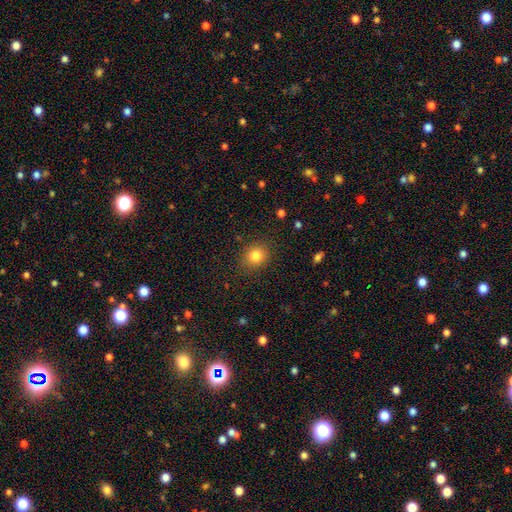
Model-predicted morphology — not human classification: This appears to be a smooth galaxy with no disk features (82%) that is round (72%). Merging: none (86%).